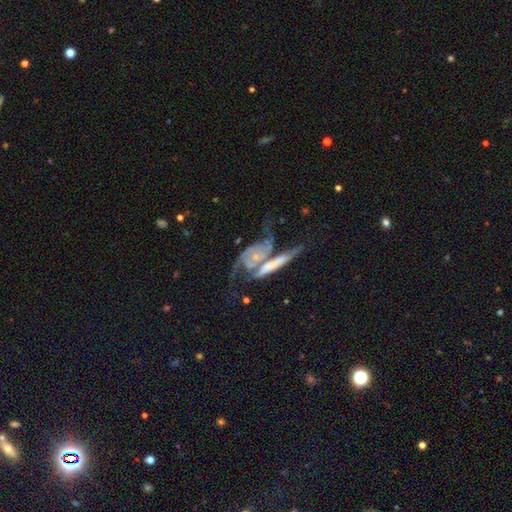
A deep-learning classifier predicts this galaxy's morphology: smooth-or-featured: featured or disk: 80% | smooth: 14% | star or artifact: 6%
  disk-edge-on: no: 82% | yes: 18%
    bar: no: 61% | weak: 27% | strong: 11%
    has-spiral-arms: yes: 90% | no: 10%
      spiral-winding: medium: 43% | tight: 33% | loose: 24%
      spiral-arm-count: 2: 68% | can't tell: 16% | 3: 6% | 1: 5% | 4: 3% | more than 4: 2%
    bulge-size: small: 58% | moderate: 27% | none: 10% | large: 4% | dominant: 2%
  merging: merger: 49% | none: 26% | minor disturbance: 13% | major disturbance: 13%